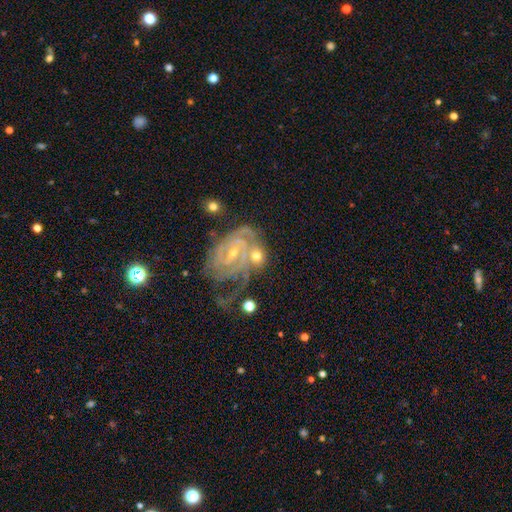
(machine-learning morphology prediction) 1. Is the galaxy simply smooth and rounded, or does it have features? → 83% featured or disk, 9% smooth, 7% star or artifact.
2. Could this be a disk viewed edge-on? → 97% no, 3% yes.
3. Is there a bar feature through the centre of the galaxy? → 46% weak, 33% no, 21% strong.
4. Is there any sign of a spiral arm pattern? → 95% yes, 5% no.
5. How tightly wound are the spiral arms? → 67% tight, 27% medium, 5% loose.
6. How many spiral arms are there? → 33% 2, 24% 3, 24% can't tell, 8% 4, 5% 1, 5% more than 4.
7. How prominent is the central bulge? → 65% small, 30% moderate, 2% none, 2% large, 1% dominant.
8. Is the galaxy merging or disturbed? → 41% none, 25% merger, 20% minor disturbance, 14% major disturbance.